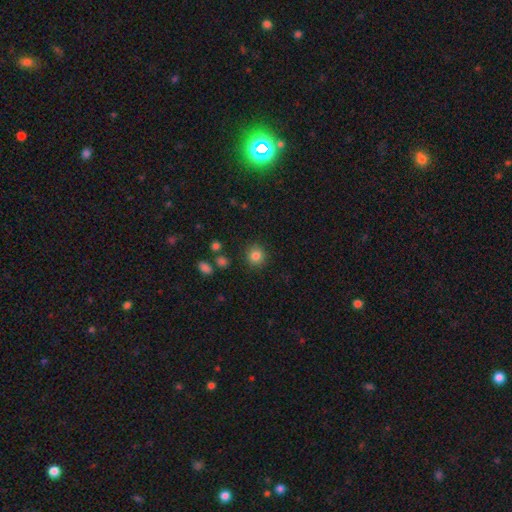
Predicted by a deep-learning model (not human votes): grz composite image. It shows a smooth galaxy with no disk features (83%) that is round (91%). Merging: none (89%).